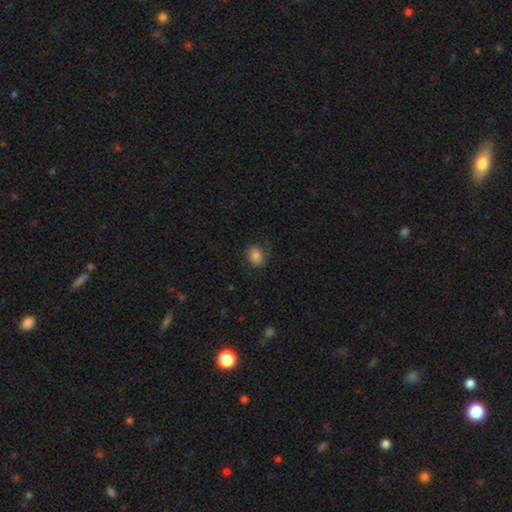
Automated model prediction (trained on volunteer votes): A smooth galaxy with no disk features (79%) that is in between round and cigar-shaped (70%). Merging: none (71%).